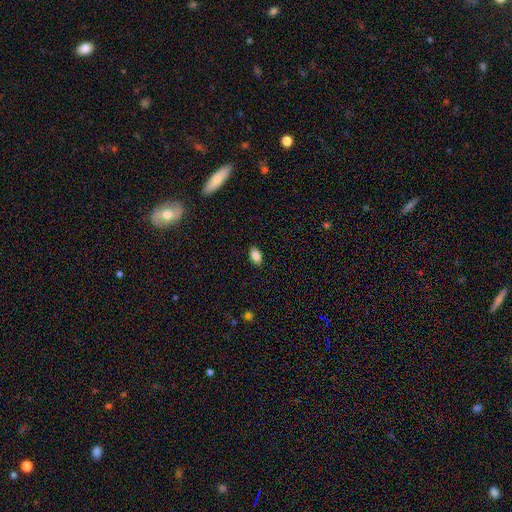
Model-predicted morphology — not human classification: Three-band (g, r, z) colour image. It shows a smooth galaxy with no disk features (85%) that is in between round and cigar-shaped (90%). Merging: none (88%).